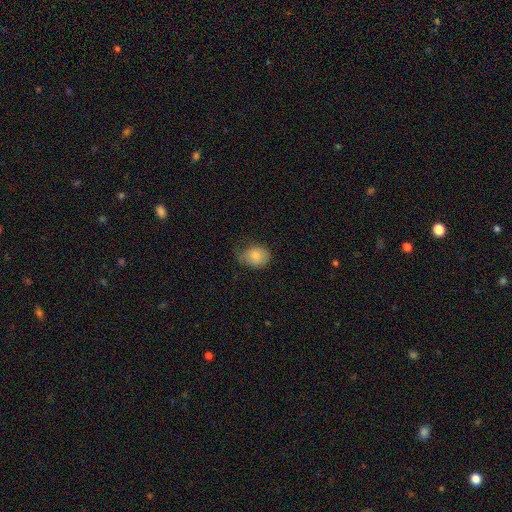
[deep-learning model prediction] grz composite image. It shows a smooth galaxy with no disk features (79%) that is in between round and cigar-shaped (55%). Merging: none (46%).